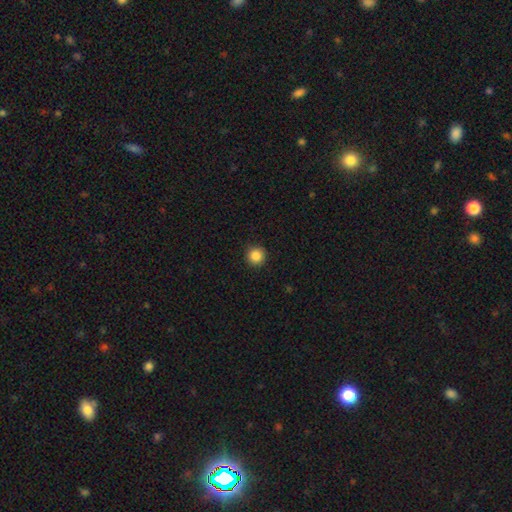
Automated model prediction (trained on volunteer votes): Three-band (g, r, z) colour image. It shows a smooth galaxy with no disk features (86%) that is round (96%). Merging: none (93%).